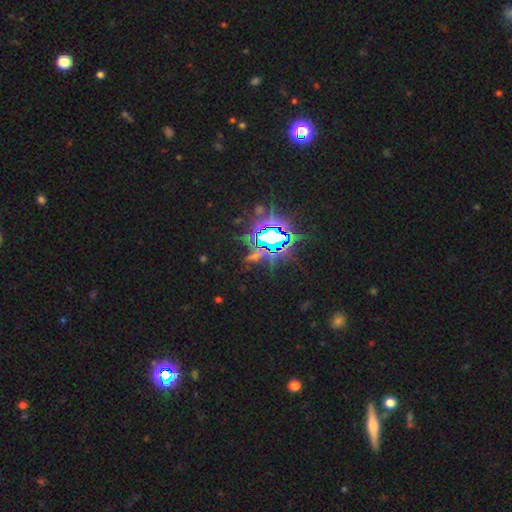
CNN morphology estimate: Smooth or featured? star or artifact (82%)